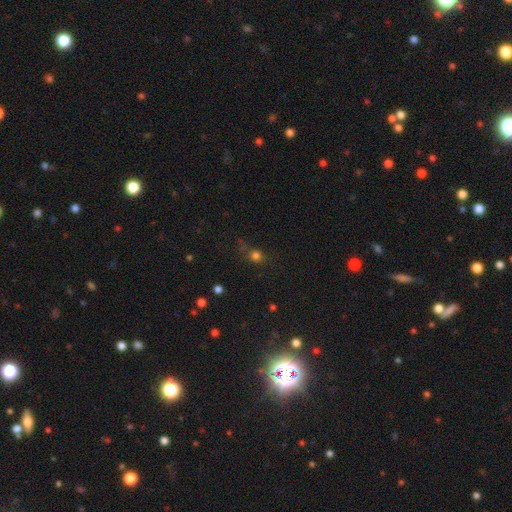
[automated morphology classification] This appears to be a smooth galaxy with no disk features (70%) that is round (85%). Merging: none (66%).